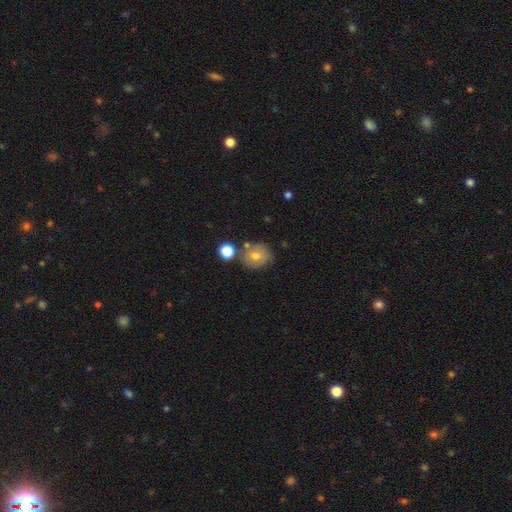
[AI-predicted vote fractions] A smooth galaxy with no disk features (64%) that is round (77%). Merging: none (67%).